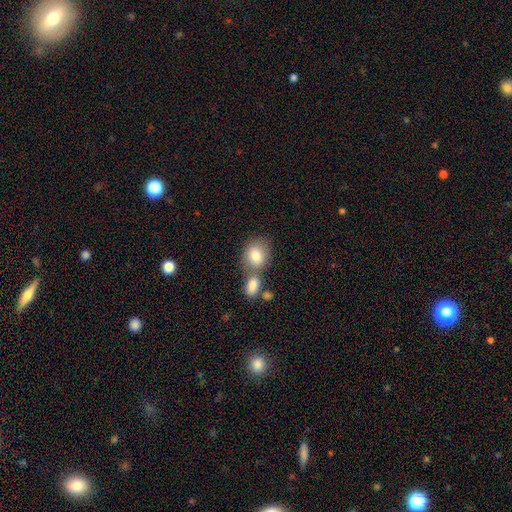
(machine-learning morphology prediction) Q: Smooth or featured?
A: smooth (82%); runner-up: featured or disk (11%)
Q: How rounded?
A: in between (52%); runner-up: round (46%)
Q: Merging?
A: none (44%); runner-up: merger (41%)